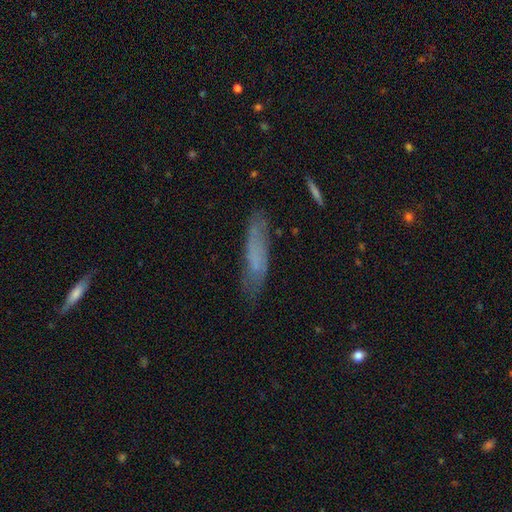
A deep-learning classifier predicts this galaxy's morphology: The model was most divided on "smooth or featured": smooth: 60%, featured or disk: 31%, star or artifact: 9%. More confident: how rounded — cigar-shaped (76%); merging — none (74%).